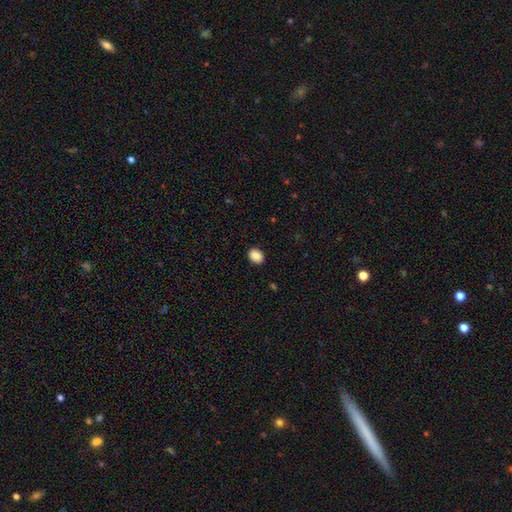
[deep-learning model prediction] Smooth or featured? Predicted: smooth (p=0.89). How rounded? Predicted: in between (p=0.55). Merging? Predicted: none (p=0.90).